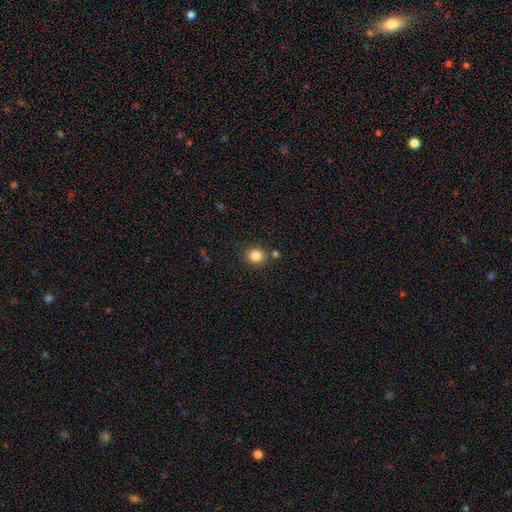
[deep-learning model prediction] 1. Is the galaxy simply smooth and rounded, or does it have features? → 84% smooth, 11% star or artifact, 5% featured or disk.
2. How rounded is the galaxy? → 80% round, 19% in between, 1% cigar-shaped.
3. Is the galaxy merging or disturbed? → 83% none, 8% minor disturbance, 6% merger, 2% major disturbance.